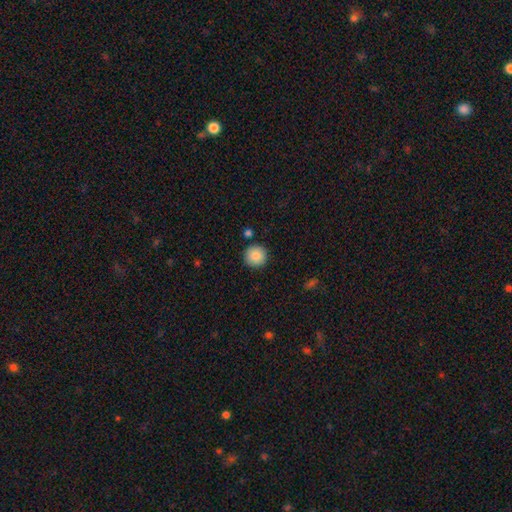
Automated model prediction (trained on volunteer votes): This appears to be a smooth galaxy with no disk features (86%) that is round (96%). Merging: none (90%).